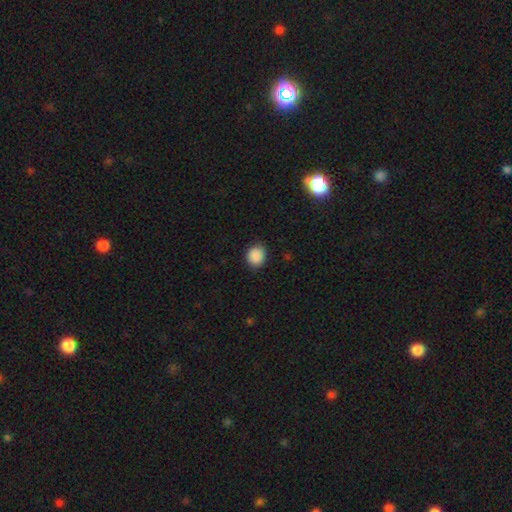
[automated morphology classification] Q: Smooth or featured?
A: smooth (89%); runner-up: star or artifact (8%)
Q: How rounded?
A: round (72%); runner-up: in between (27%)
Q: Merging?
A: none (86%); runner-up: minor disturbance (10%)